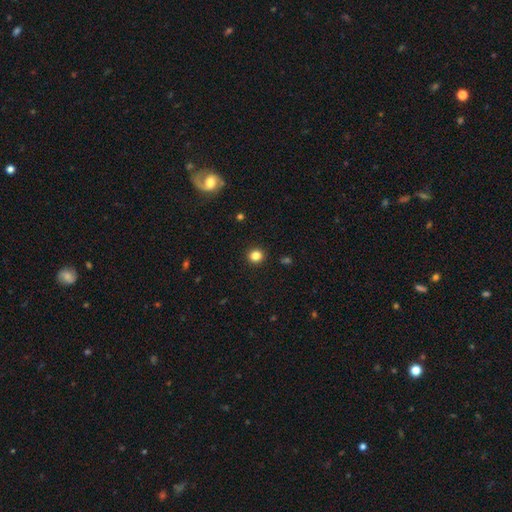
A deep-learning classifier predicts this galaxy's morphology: smooth-or-featured: smooth: 84% | star or artifact: 12% | featured or disk: 4%
  how-rounded: round: 92% | in between: 7% | cigar-shaped: 1%
  merging: none: 93% | minor disturbance: 5% | major disturbance: 2% | merger: 1%